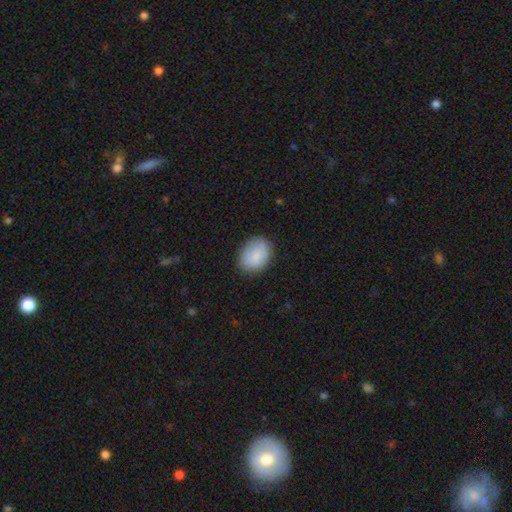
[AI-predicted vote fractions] Overall: smooth (84%). How rounded: in between (71%). Merging: none (83%).